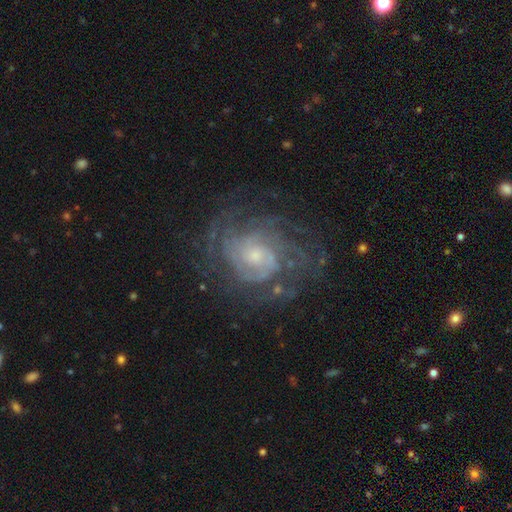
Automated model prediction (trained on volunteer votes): Smooth or featured: featured or disk — 84% (star or artifact — 8%)
Edge-on disk: no — 97% (yes — 3%)
Bar: no — 69% (weak — 26%)
Spiral arms: yes — 94% (no — 6%)
Spiral winding: tight — 65% (medium — 28%)
Spiral arm count: can't tell — 40% (2 — 17%)
Bulge size: small — 55% (moderate — 36%)
Merging: none — 70% (minor disturbance — 16%)